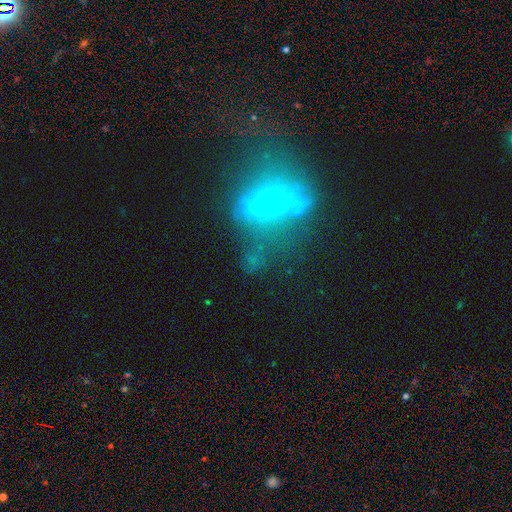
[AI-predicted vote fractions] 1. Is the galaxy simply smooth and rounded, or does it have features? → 55% featured or disk, 23% smooth, 22% star or artifact.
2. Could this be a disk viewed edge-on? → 62% no, 38% yes.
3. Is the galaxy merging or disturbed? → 42% none, 28% major disturbance, 18% minor disturbance, 11% merger.